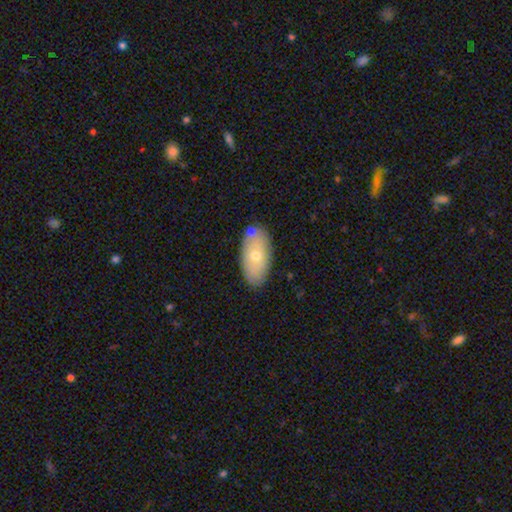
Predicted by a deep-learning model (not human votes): This appears to be a smooth galaxy with no disk features (62%) that is in between round and cigar-shaped (92%). Merging: none (74%).